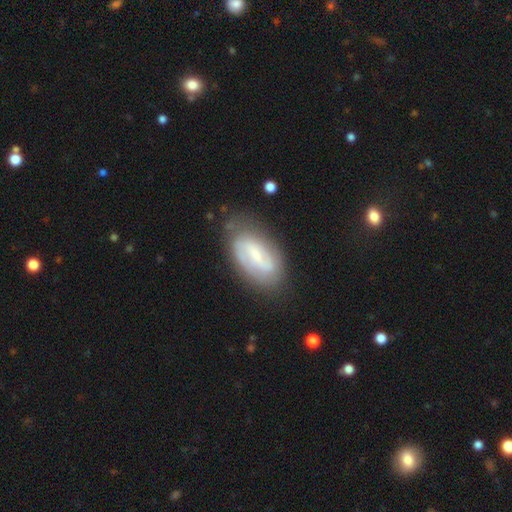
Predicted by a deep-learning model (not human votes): Overall: featured or disk (63%; smooth 30%). Edge-on disk: no (94%). Bar: weak (47%; strong 32%). Spiral arms: yes (79%). Bulge size: small (56%; moderate 26%). Merging: none (70%).